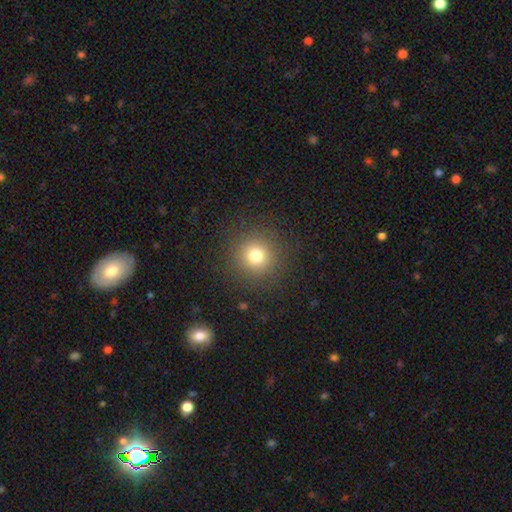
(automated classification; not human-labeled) Q: Smooth or featured?
A: smooth (76%); runner-up: star or artifact (16%)
Q: How rounded?
A: round (95%); runner-up: in between (5%)
Q: Merging?
A: none (88%); runner-up: minor disturbance (7%)